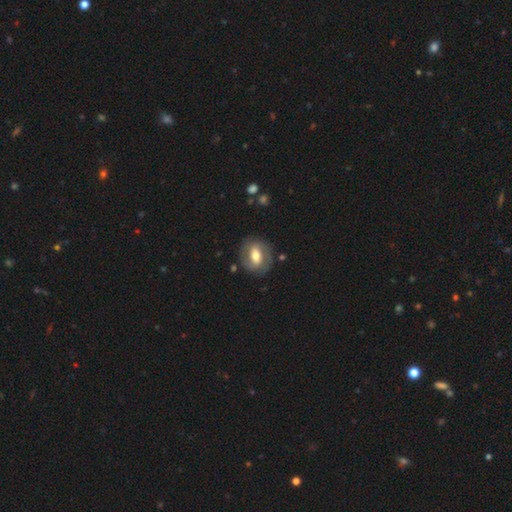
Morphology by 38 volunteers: Q: Smooth or featured?
A: featured or disk (53%); runner-up: smooth (45%)
Q: Edge-on disk?
A: no (100%)
Q: Bar?
A: weak (40%); runner-up: no (35%)
Q: Spiral arms?
A: no (55%); runner-up: yes (45%)
Q: Bulge size?
A: moderate (50%); runner-up: small (25%)
Q: Merging?
A: none (78%); runner-up: minor disturbance (14%)